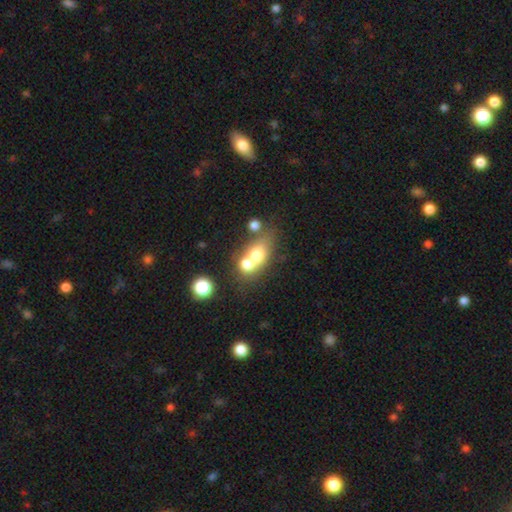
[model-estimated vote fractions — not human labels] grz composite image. It shows a smooth galaxy with no disk features (65%) that is in between round and cigar-shaped (55%). Merging: merger (58%).